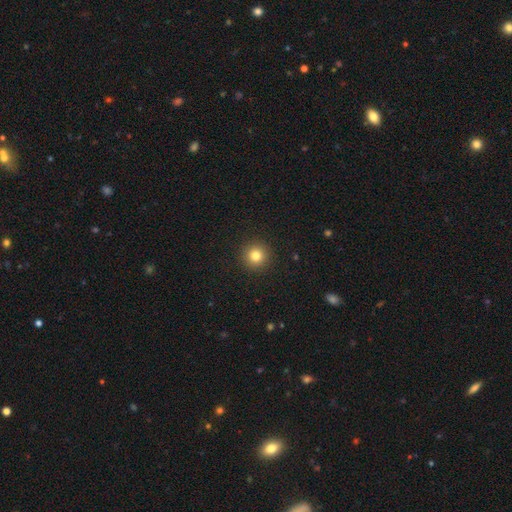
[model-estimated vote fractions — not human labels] This is clearly a smooth galaxy (81%). How rounded: clearly round (95%). Merging: clearly none (93%).